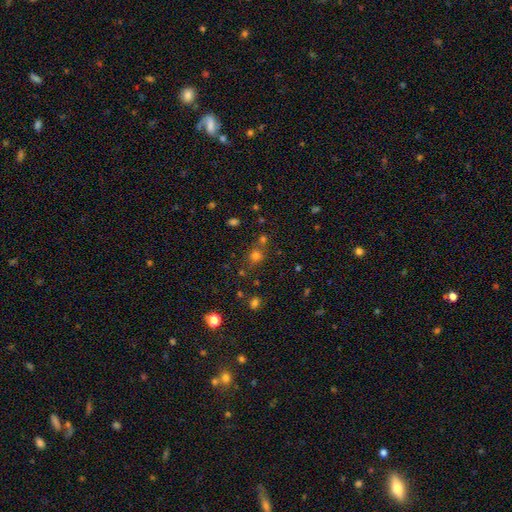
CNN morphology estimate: smooth-or-featured: smooth: 67% | star or artifact: 25% | featured or disk: 8%
  how-rounded: round: 82% | in between: 17% | cigar-shaped: 1%
  merging: none: 66% | merger: 19% | minor disturbance: 10% | major disturbance: 4%